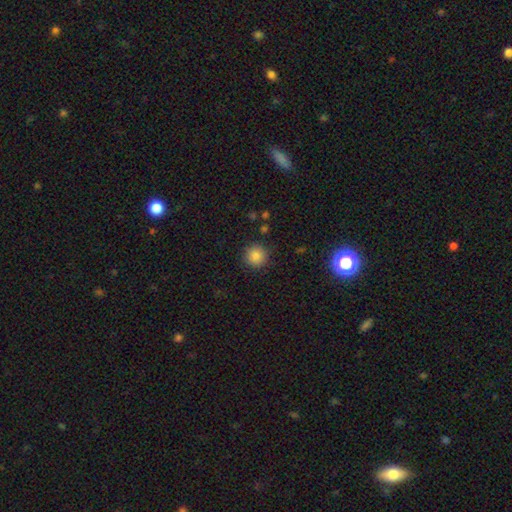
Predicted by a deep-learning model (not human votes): Smooth or featured?
  - smooth: 84% *
  - star or artifact: 11%
  - featured or disk: 5%
How rounded?
  - round: 94% *
  - in between: 5%
  - cigar-shaped: 1%
Merging?
  - none: 89% *
  - minor disturbance: 7%
  - major disturbance: 2%
  - merger: 1%